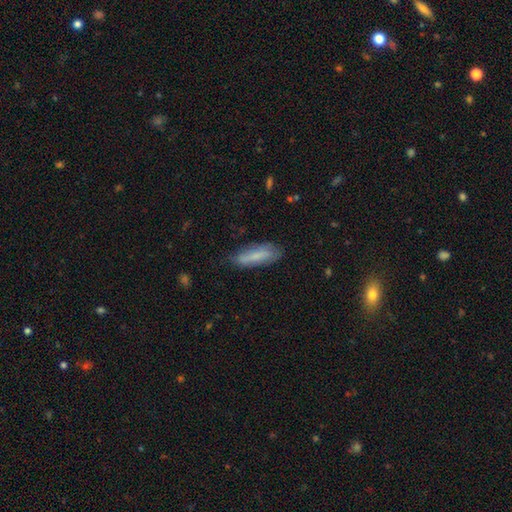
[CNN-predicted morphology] smooth 70%, featured or disk 23%, star or artifact 7%. Down the decision tree: how rounded — cigar-shaped (52%); merging — none (75%).